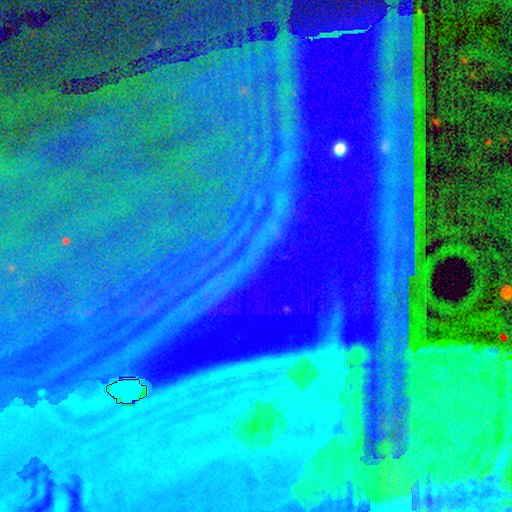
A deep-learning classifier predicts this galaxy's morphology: Smooth or featured? star or artifact (85%)